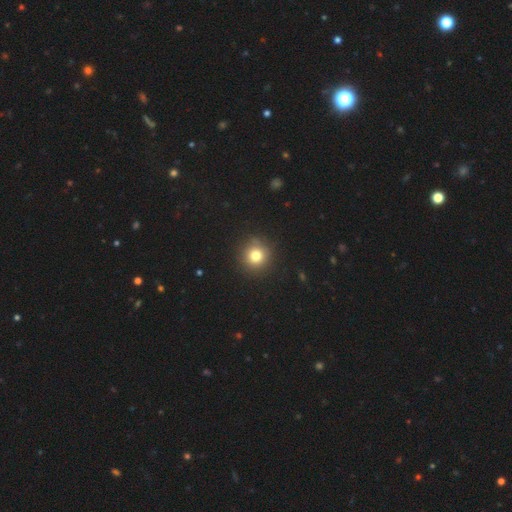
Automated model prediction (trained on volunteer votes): Overall: smooth (78%). How rounded: round (93%). Merging: none (88%).